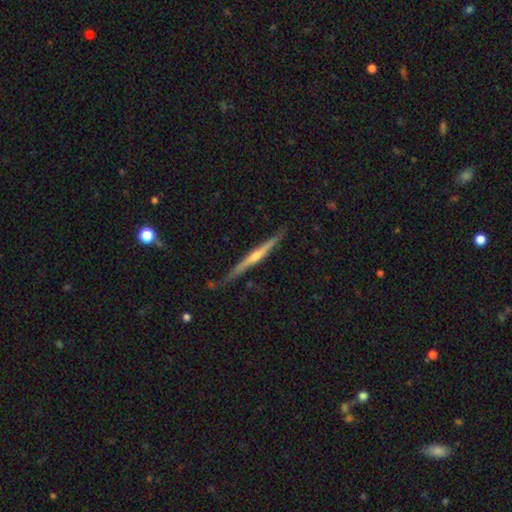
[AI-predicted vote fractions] Overall: featured or disk (79%). Edge-on disk: yes (98%). Edge-on bulge: rounded (74%). Merging: none (85%).